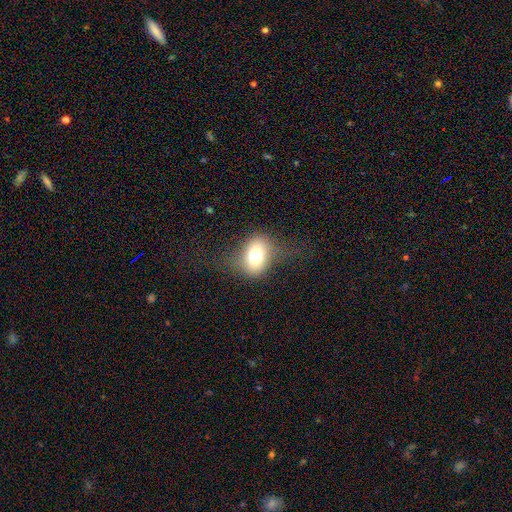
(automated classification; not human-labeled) Smooth or featured: smooth — 71% (featured or disk — 19%)
How rounded: in between — 68% (round — 30%)
Merging: none — 62% (minor disturbance — 21%)